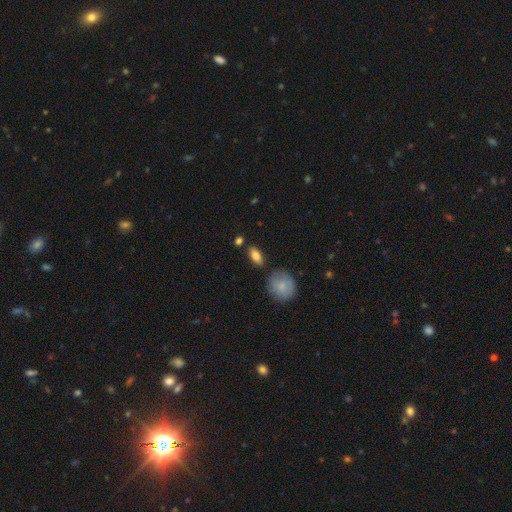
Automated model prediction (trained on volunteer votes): This appears to be a smooth galaxy with no disk features (80%) that is in between round and cigar-shaped (85%). Merging: none (81%).